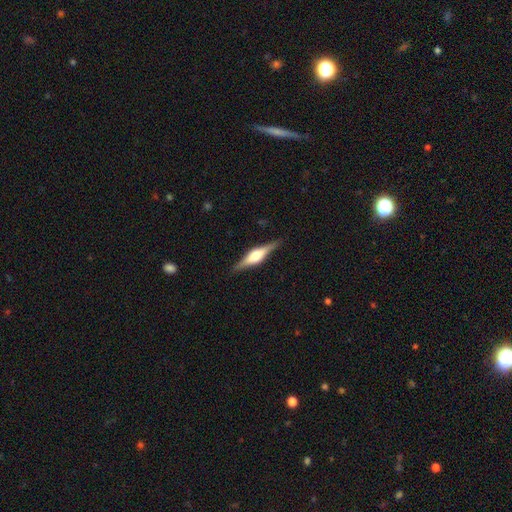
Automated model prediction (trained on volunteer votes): Smooth or featured?
  - featured or disk: 74% *
  - smooth: 20%
  - star or artifact: 6%
Edge-on disk?
  - yes: 97% *
  - no: 3%
Edge-on bulge?
  - rounded: 84% *
  - boxy: 14%
  - none: 2%
Merging?
  - none: 88% *
  - minor disturbance: 9%
  - major disturbance: 2%
  - merger: 1%